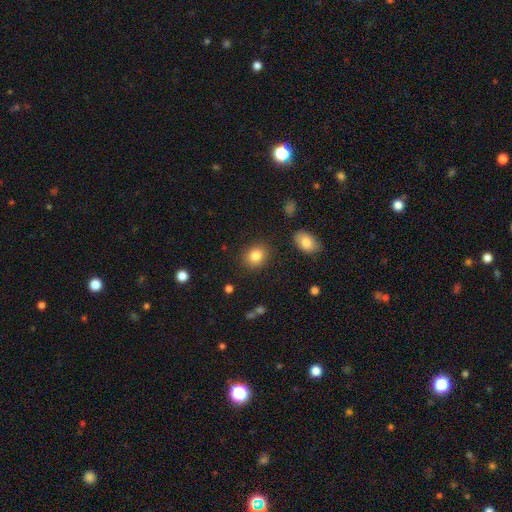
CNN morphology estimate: The model was most divided on "how rounded": round: 64%, in between: 35%, cigar-shaped: 1%. More confident: merging — none (86%); smooth or featured — smooth (84%).